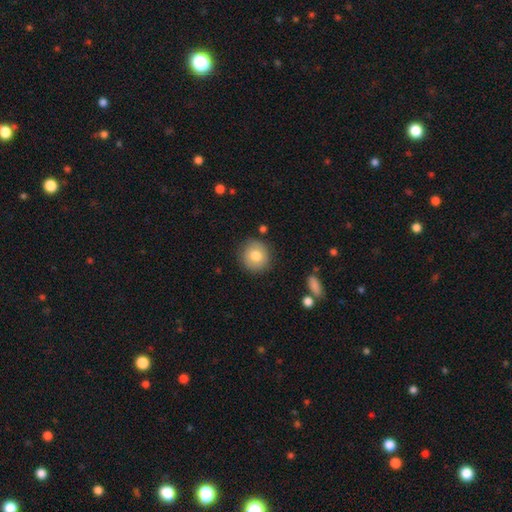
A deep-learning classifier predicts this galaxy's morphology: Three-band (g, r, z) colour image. It shows a smooth galaxy with no disk features (77%) that is round (89%). Merging: none (85%).